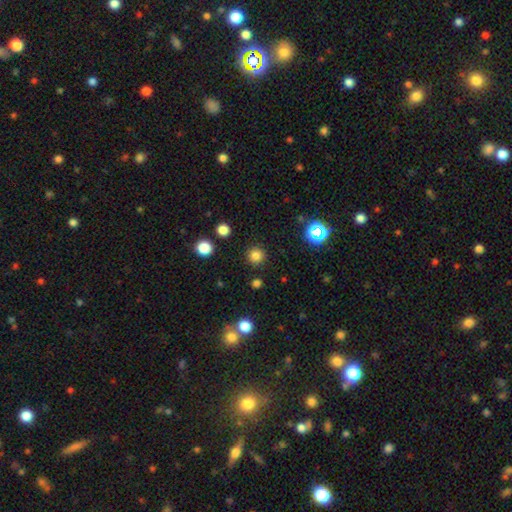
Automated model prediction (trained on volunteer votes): Smooth or featured? smooth (81%)
How rounded? round (95%)
Merging? none (91%)